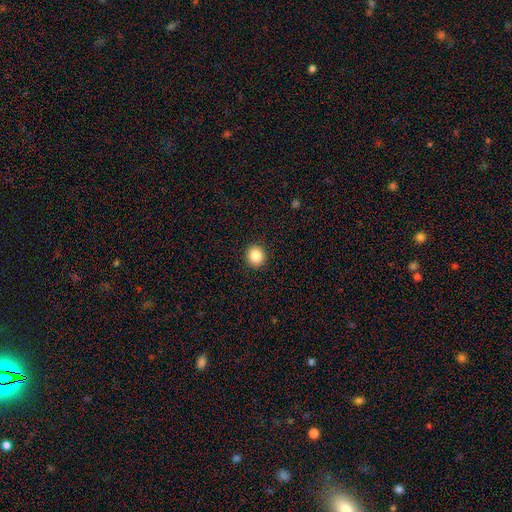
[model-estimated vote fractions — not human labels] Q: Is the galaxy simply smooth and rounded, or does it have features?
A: smooth — 86%.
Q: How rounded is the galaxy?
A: round — 89%.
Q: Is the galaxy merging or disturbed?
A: none — 92%.